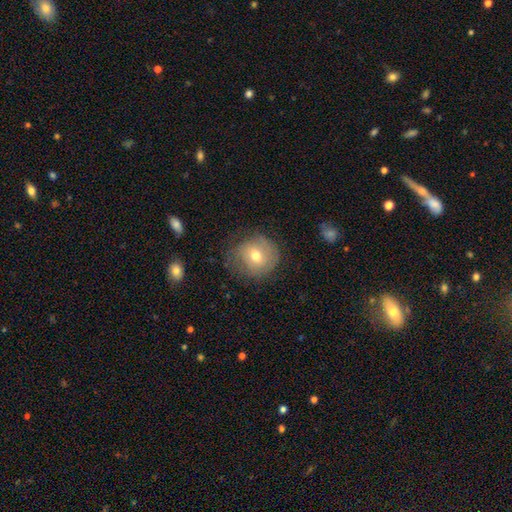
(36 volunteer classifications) A smooth galaxy with no disk features (67%) that is round (83%). Merging: none (62%).